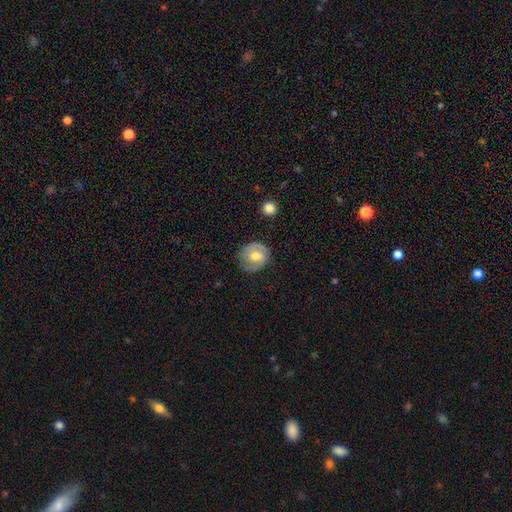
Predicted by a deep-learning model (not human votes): The model was most divided on "bar": no: 47%, weak: 44%, strong: 9%. More confident: edge-on disk — no (97%); spiral arms — yes (85%); merging — none (76%); bulge size — moderate (69%); smooth or featured — featured or disk (58%).